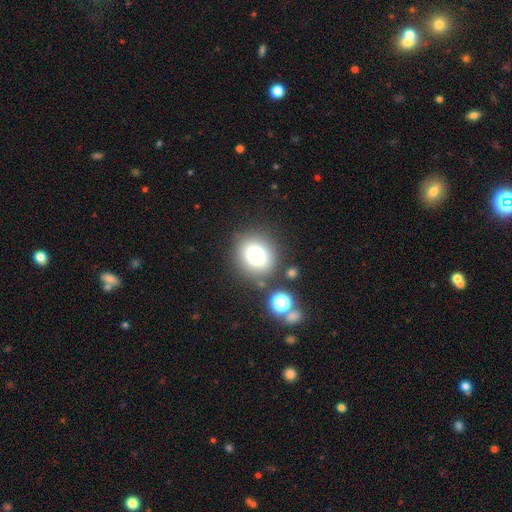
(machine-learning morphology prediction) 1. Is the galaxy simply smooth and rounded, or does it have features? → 76% smooth, 13% star or artifact, 11% featured or disk.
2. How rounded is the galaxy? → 78% round, 21% in between, 1% cigar-shaped.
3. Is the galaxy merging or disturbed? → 78% none, 11% minor disturbance, 7% merger, 5% major disturbance.